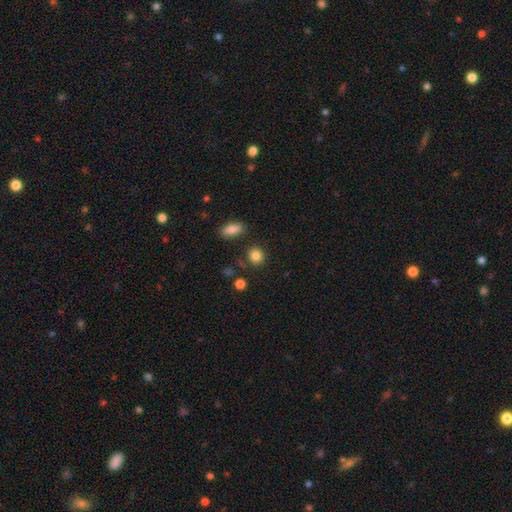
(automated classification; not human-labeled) smooth-or-featured: smooth: 85% | star or artifact: 10% | featured or disk: 5%
  how-rounded: round: 84% | in between: 15% | cigar-shaped: 1%
  merging: none: 83% | minor disturbance: 9% | merger: 5% | major disturbance: 3%